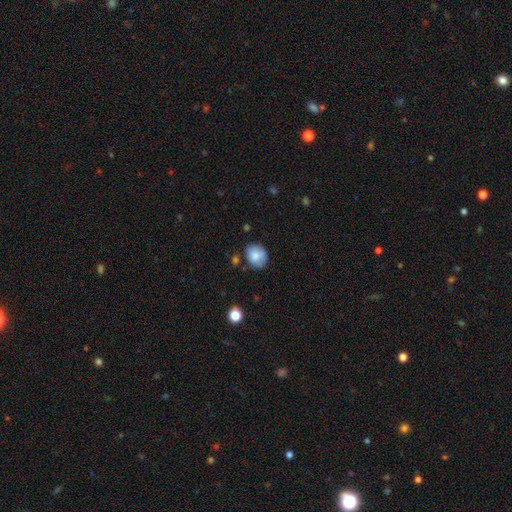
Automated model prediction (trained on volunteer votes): smooth_or_featured: smooth (p=0.79) [alt: featured or disk p=0.12]
how_rounded: round (p=0.63) [alt: in between p=0.36]
merging: none (p=0.66) [alt: minor disturbance p=0.23]